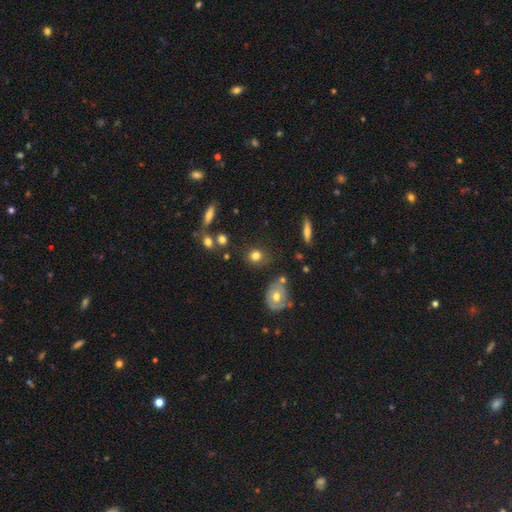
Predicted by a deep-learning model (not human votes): smooth 79%, star or artifact 13%, featured or disk 9%. Down the decision tree: how rounded — round (74%); merging — none (75%).